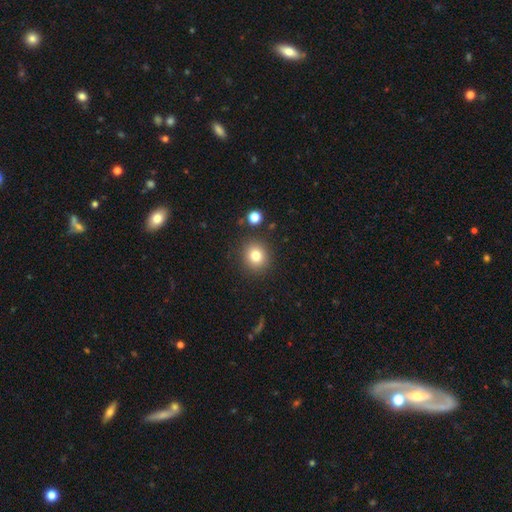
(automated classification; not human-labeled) Smooth or featured? smooth (80%)
How rounded? round (85%)
Merging? none (87%)